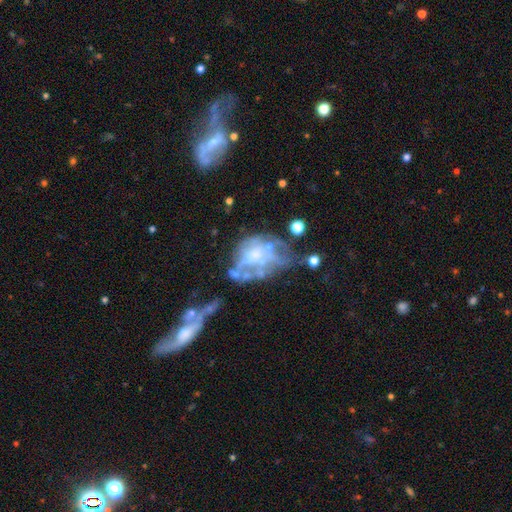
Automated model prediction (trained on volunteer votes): Q: Smooth or featured?
A: featured or disk (64%); runner-up: smooth (23%)
Q: Edge-on disk?
A: no (98%); runner-up: yes (2%)
Q: Bar?
A: no (87%); runner-up: weak (10%)
Q: Spiral arms?
A: no (87%); runner-up: yes (13%)
Q: Bulge size?
A: none (52%); runner-up: moderate (21%)
Q: Merging?
A: major disturbance (35%); runner-up: none (25%)